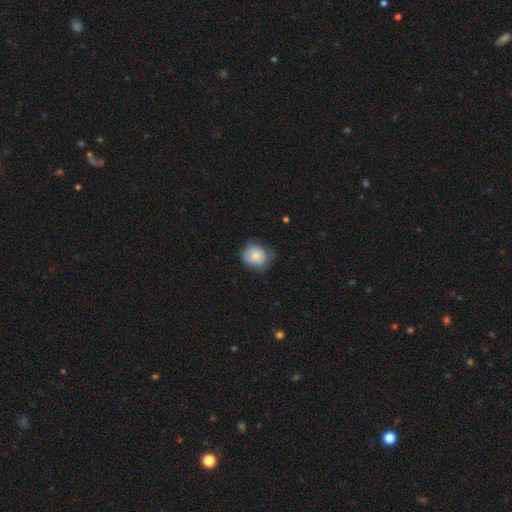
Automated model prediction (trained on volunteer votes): This appears to be a smooth galaxy with no disk features (78%) that is round (69%). Merging: none (64%).